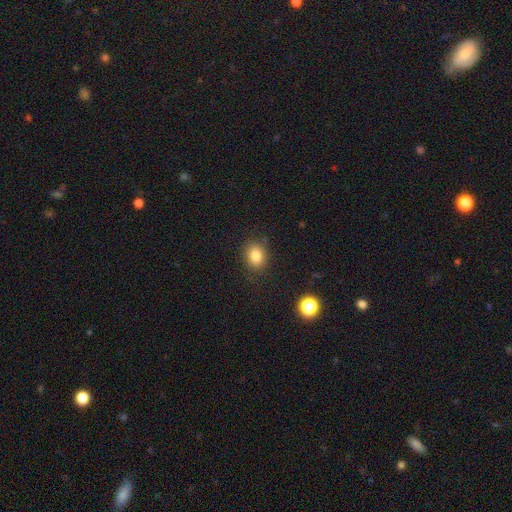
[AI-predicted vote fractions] Smooth or featured? smooth (82%)
How rounded? round (54%)
Merging? none (84%)